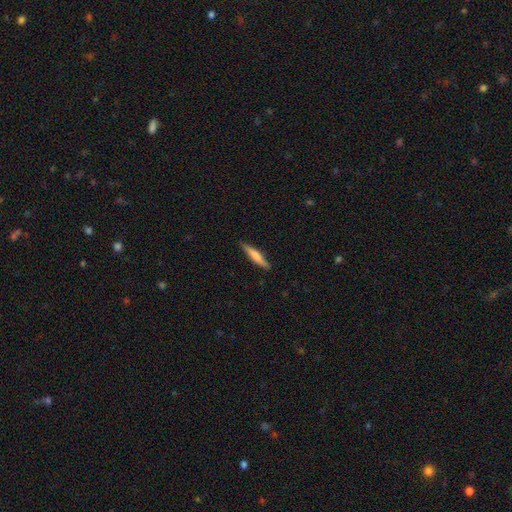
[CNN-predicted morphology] Smooth or featured: smooth — 64% (featured or disk — 30%)
How rounded: cigar-shaped — 90% (in between — 8%)
Merging: none — 85% (minor disturbance — 12%)